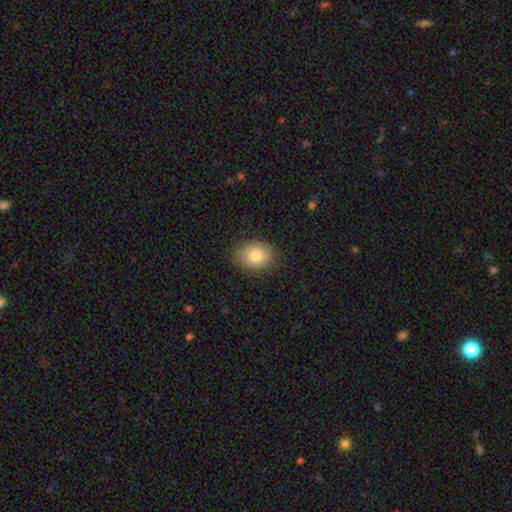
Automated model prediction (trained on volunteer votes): The model was most divided on "how rounded": in between: 57%, round: 42%, cigar-shaped: 1%. More confident: merging — none (84%); smooth or featured — smooth (82%).